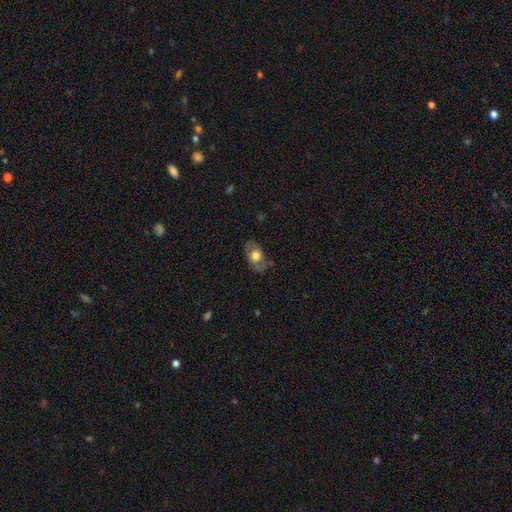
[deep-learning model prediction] smooth-or-featured: featured or disk: 47% | smooth: 46% | star or artifact: 7%
  merging: none: 65% | minor disturbance: 23% | major disturbance: 10% | merger: 2%